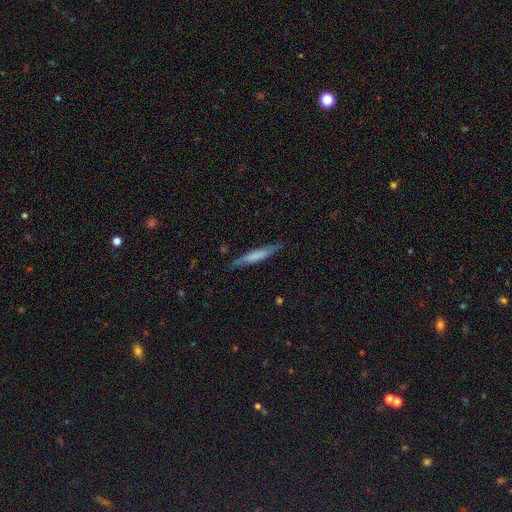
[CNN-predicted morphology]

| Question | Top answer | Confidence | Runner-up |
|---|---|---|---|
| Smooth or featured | smooth | 62% | featured or disk (32%) |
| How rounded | cigar-shaped | 92% | in between (7%) |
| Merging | none | 81% | minor disturbance (15%) |